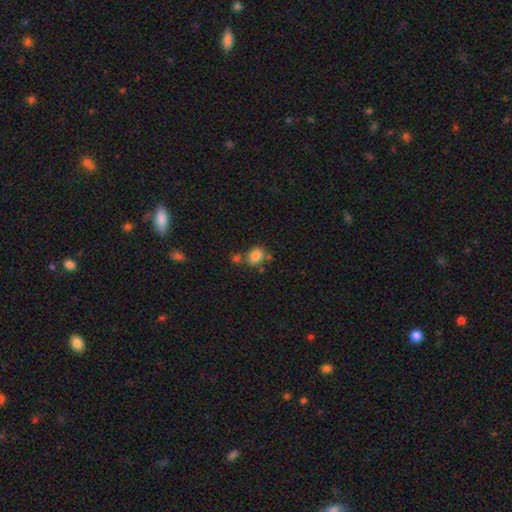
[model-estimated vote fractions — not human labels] Q: Smooth or featured?
A: smooth (83%); runner-up: star or artifact (10%)
Q: How rounded?
A: in between (52%); runner-up: round (47%)
Q: Merging?
A: none (64%); runner-up: merger (17%)